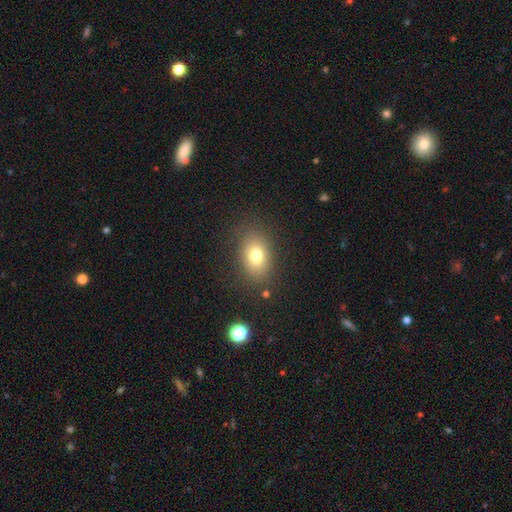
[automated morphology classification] This is likely a smooth galaxy (76%). How rounded: likely in between (74%). Merging: clearly none (82%).